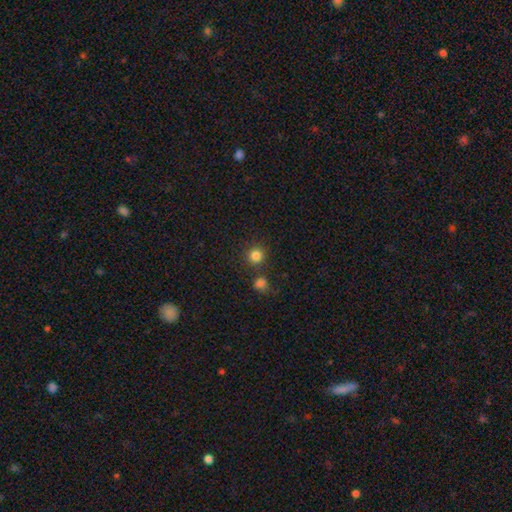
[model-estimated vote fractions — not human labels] Smooth or featured? Predicted: smooth (p=0.82). How rounded? Predicted: round (p=0.92). Merging? Predicted: none (p=0.80).